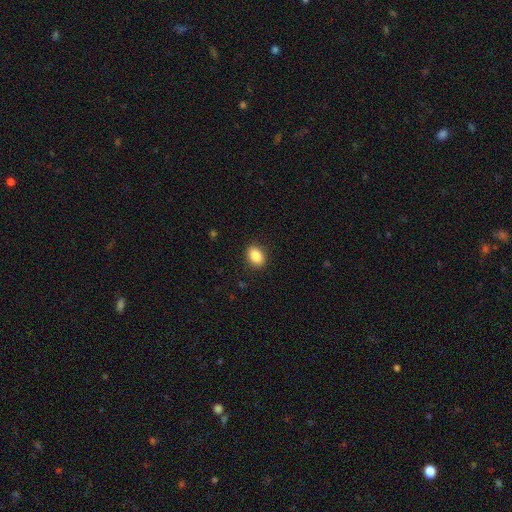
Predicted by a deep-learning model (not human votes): Q: Smooth or featured?
A: smooth (88%); runner-up: star or artifact (8%)
Q: How rounded?
A: in between (76%); runner-up: round (23%)
Q: Merging?
A: none (89%); runner-up: minor disturbance (7%)